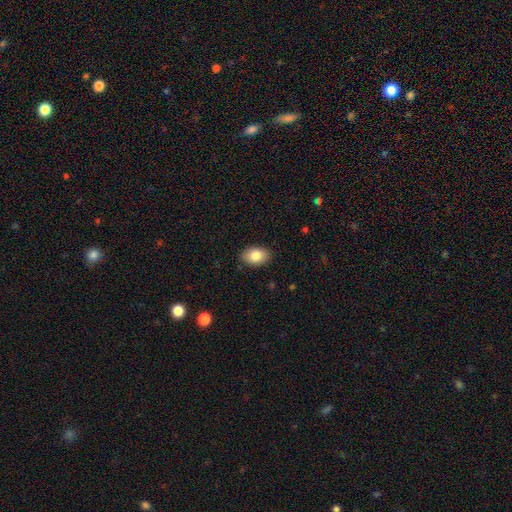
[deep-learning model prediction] A smooth galaxy with no disk features (85%) that is in between round and cigar-shaped (88%).

Vote fractions:
- Smooth or featured? smooth: 85% / featured or disk: 8% / star or artifact: 7%
- How rounded? in between: 88% / round: 11% / cigar-shaped: 1%
- Merging? none: 88% / minor disturbance: 9% / major disturbance: 2% / merger: 1%